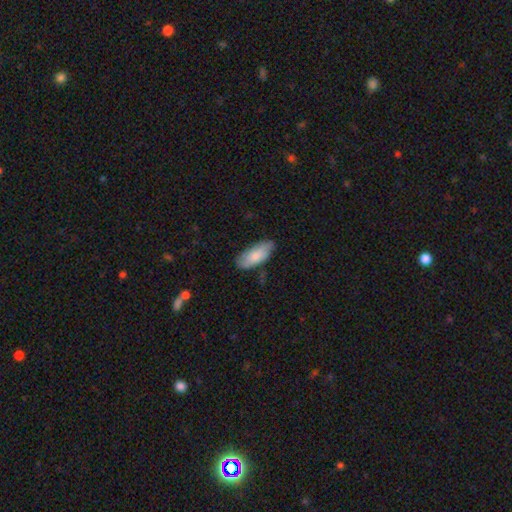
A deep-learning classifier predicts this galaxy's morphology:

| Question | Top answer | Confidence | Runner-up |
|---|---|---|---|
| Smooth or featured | smooth | 80% | featured or disk (14%) |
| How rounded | in between | 84% | cigar-shaped (14%) |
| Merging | none | 78% | minor disturbance (18%) |